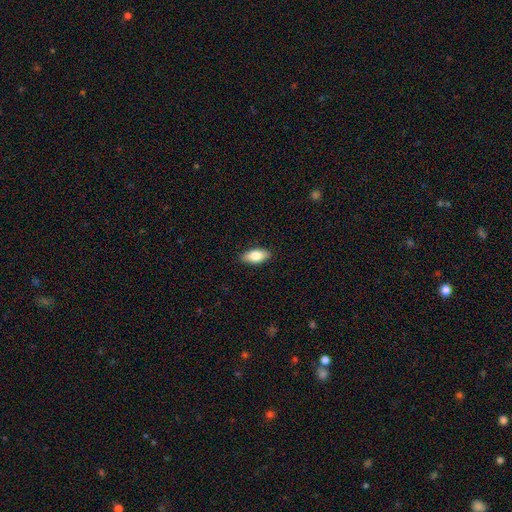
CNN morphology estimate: Smooth or featured? Predicted: smooth (p=0.79). How rounded? Predicted: in between (p=0.87). Merging? Predicted: none (p=0.88).